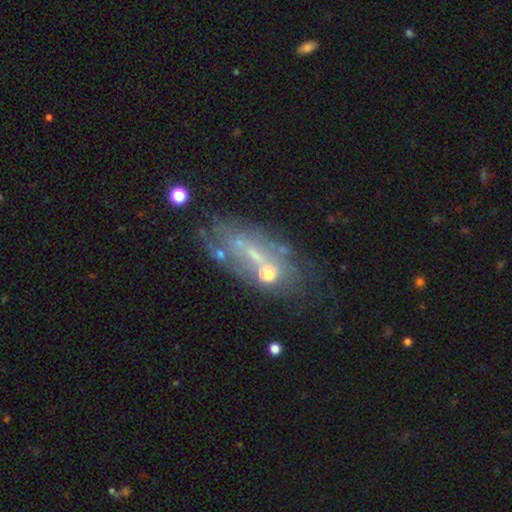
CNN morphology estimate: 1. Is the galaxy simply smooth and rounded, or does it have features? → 58% featured or disk, 25% smooth, 17% star or artifact.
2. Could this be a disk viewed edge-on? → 82% no, 18% yes.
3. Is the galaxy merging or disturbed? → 52% none, 20% minor disturbance, 17% major disturbance, 11% merger.